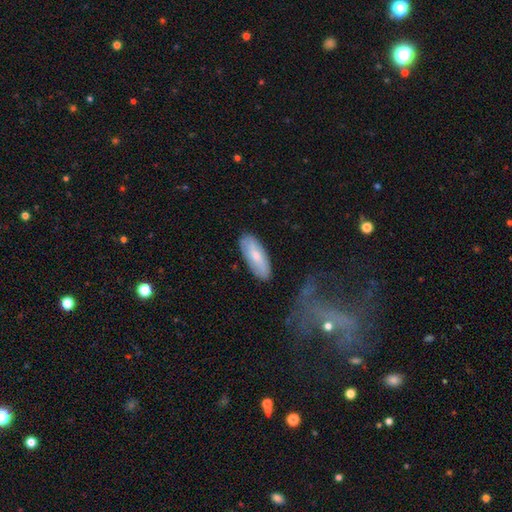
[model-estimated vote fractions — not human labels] Smooth or featured?
  - smooth: 66% *
  - featured or disk: 28%
  - star or artifact: 6%
How rounded?
  - in between: 69% *
  - cigar-shaped: 29%
  - round: 2%
Merging?
  - none: 82% *
  - minor disturbance: 13%
  - major disturbance: 3%
  - merger: 2%